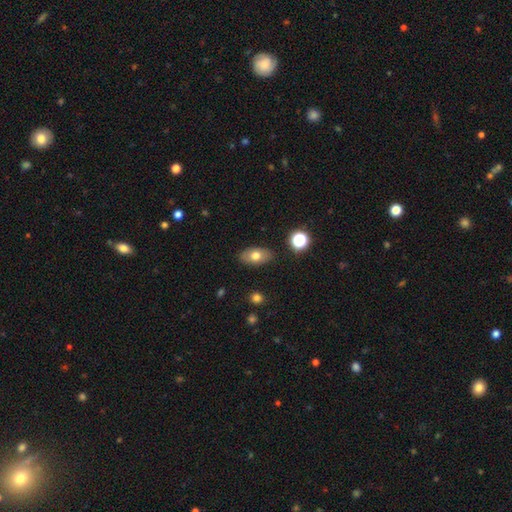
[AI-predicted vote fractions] This appears to be a smooth galaxy with no disk features (72%) that is in between round and cigar-shaped (89%). Merging: none (86%).